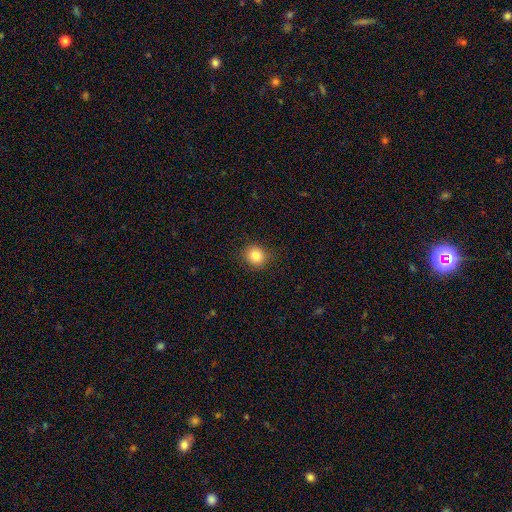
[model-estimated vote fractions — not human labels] Overall: smooth (83%). How rounded: round (88%). Merging: none (88%).